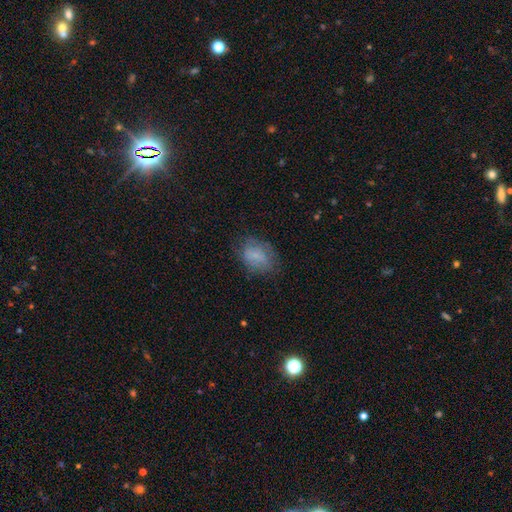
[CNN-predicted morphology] Q: Smooth or featured?
A: smooth (65%); runner-up: featured or disk (24%)
Q: How rounded?
A: in between (69%); runner-up: round (30%)
Q: Merging?
A: none (62%); runner-up: minor disturbance (24%)